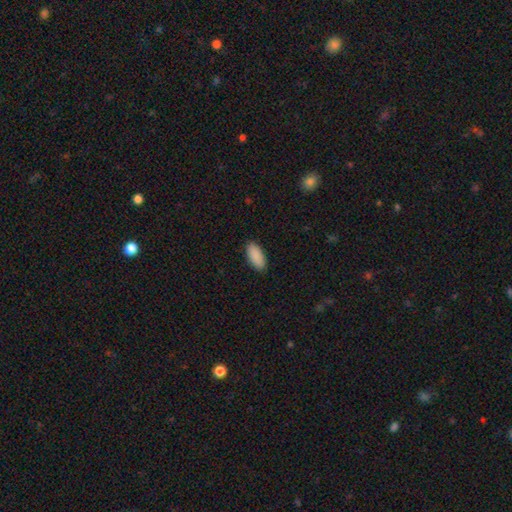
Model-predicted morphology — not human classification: Smooth or featured: smooth — 91% (star or artifact — 6%)
How rounded: in between — 90% (cigar-shaped — 8%)
Merging: none — 89% (minor disturbance — 8%)